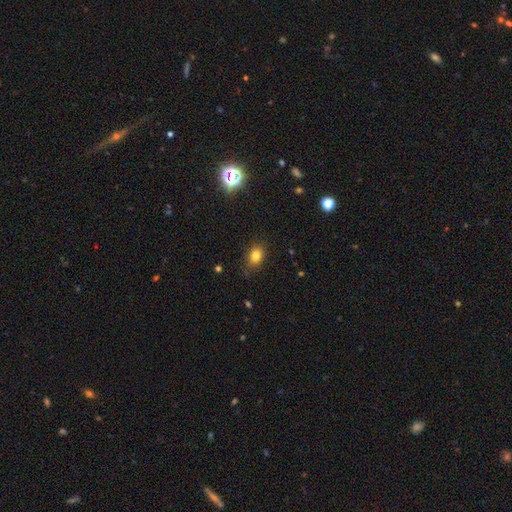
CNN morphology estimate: smooth_or_featured: smooth (p=0.80) [alt: star or artifact p=0.12]
how_rounded: in between (p=0.68) [alt: round p=0.31]
merging: none (p=0.80) [alt: minor disturbance p=0.15]